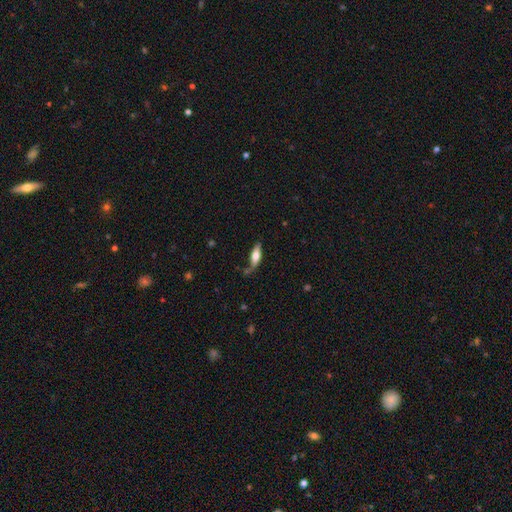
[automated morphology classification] type=smooth (59%); roundness=in between (57%); merging=none (58%).